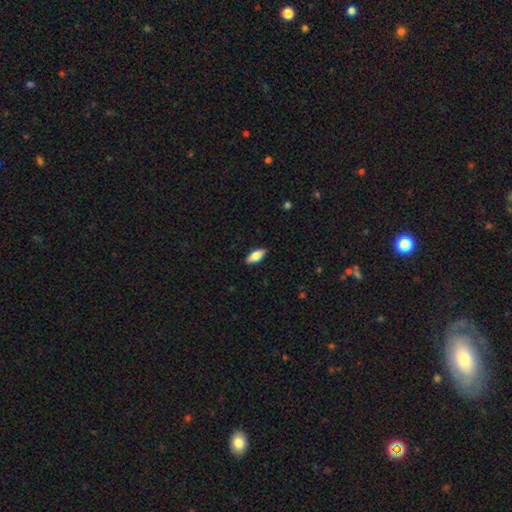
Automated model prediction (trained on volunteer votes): Morphology: type=smooth (74%); roundness=in between (81%); merging=none (87%).